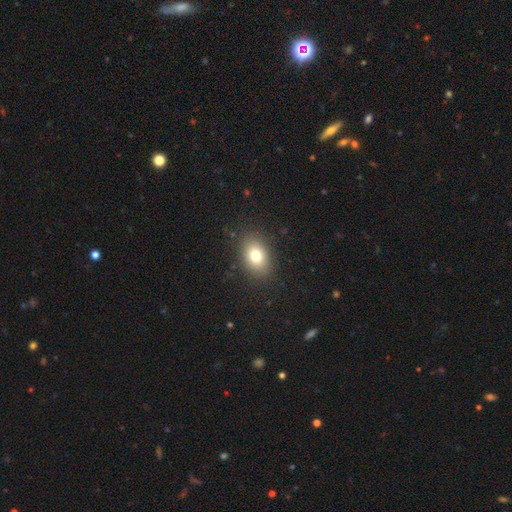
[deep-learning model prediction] Q: Smooth or featured?
A: smooth (77%); runner-up: featured or disk (12%)
Q: How rounded?
A: in between (79%); runner-up: round (20%)
Q: Merging?
A: none (86%); runner-up: minor disturbance (9%)